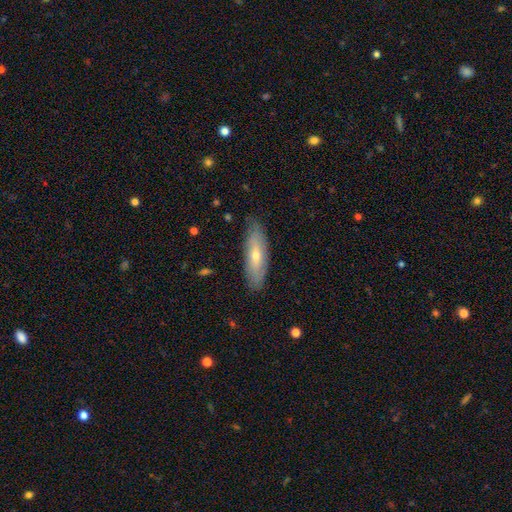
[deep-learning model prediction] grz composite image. It shows a smooth galaxy with no disk features (53%) that is cigar-shaped (54%). Merging: none (83%).